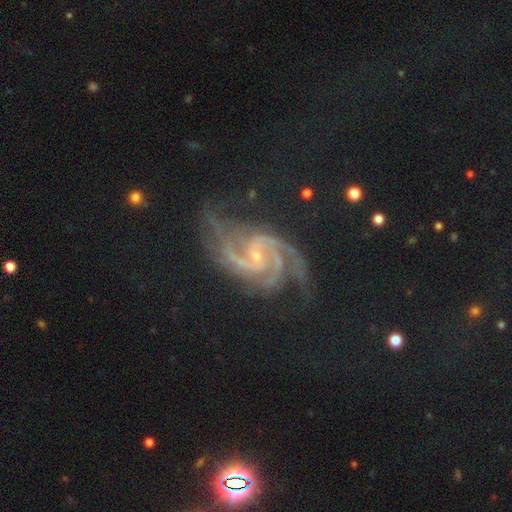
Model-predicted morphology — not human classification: Smooth or featured? Predicted: featured or disk (p=0.91). Edge-on disk? Predicted: no (p=0.98). Bar? Predicted: no (p=0.51). Spiral arms? Predicted: yes (p=0.99). Spiral winding? Predicted: medium (p=0.53). Spiral arm count? Predicted: 2 (p=0.32). Bulge size? Predicted: small (p=0.80). Merging? Predicted: none (p=0.62).